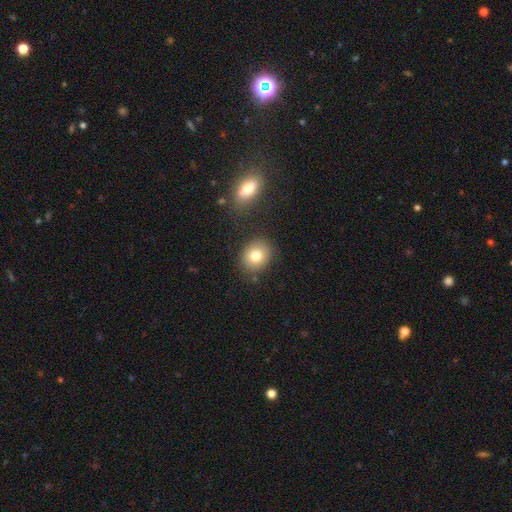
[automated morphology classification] Q: Smooth or featured?
A: smooth (78%); runner-up: featured or disk (11%)
Q: How rounded?
A: round (68%); runner-up: in between (31%)
Q: Merging?
A: none (82%); runner-up: minor disturbance (10%)